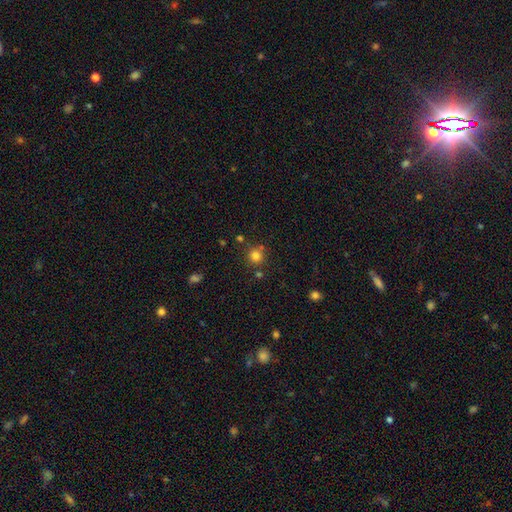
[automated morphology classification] The model was most divided on "smooth or featured": smooth: 79%, star or artifact: 15%, featured or disk: 6%. More confident: how rounded — round (92%); merging — none (78%).